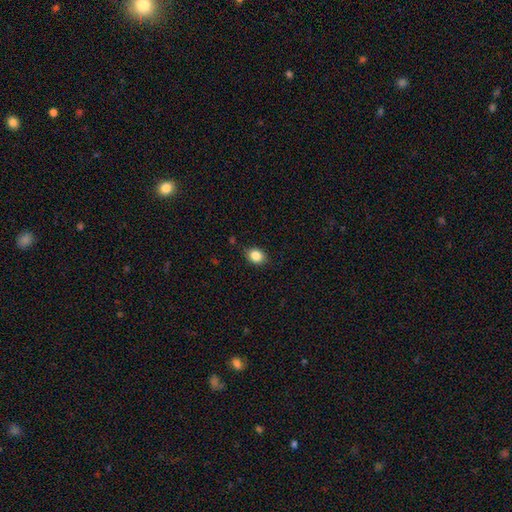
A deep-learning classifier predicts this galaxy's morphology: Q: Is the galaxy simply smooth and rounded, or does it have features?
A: smooth — 85%.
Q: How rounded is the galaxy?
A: in between — 52%.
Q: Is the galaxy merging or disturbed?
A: none — 83%.